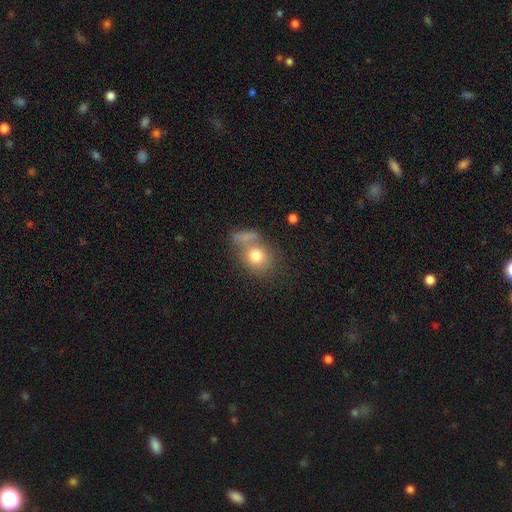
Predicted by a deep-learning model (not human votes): This appears to be a smooth galaxy with no disk features (76%) that is round (64%). Merging: none (44%).